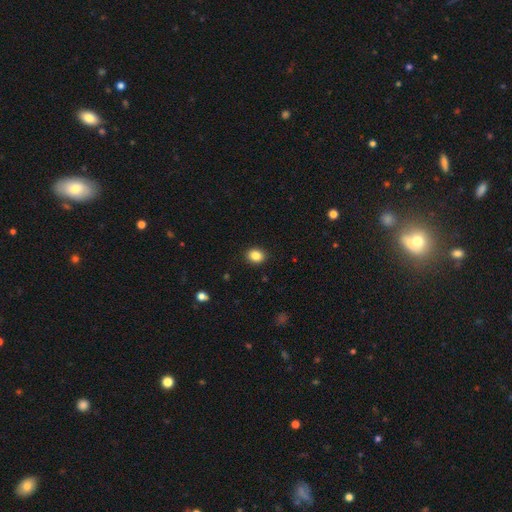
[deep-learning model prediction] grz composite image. It shows a smooth galaxy with no disk features (86%) that is round (51%). Merging: none (90%).